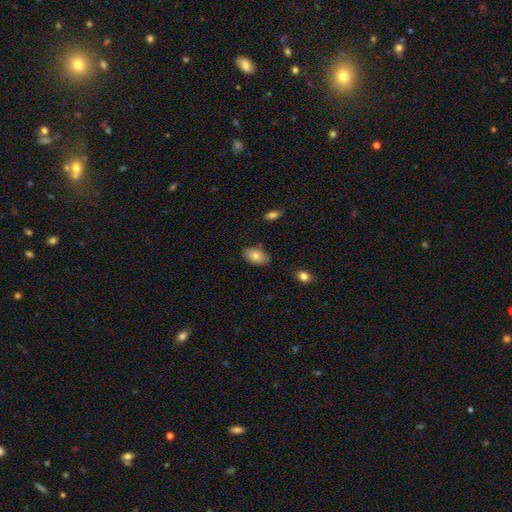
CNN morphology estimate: The model was most divided on "smooth or featured": smooth: 80%, featured or disk: 13%, star or artifact: 7%. More confident: how rounded — in between (91%); merging — none (83%).